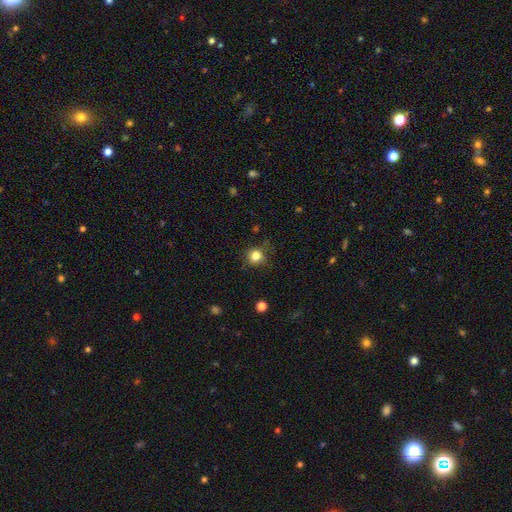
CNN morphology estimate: Smooth or featured?
  - smooth: 81% *
  - star or artifact: 13%
  - featured or disk: 6%
How rounded?
  - round: 87% *
  - in between: 12%
  - cigar-shaped: 1%
Merging?
  - none: 77% *
  - minor disturbance: 17%
  - major disturbance: 5%
  - merger: 2%